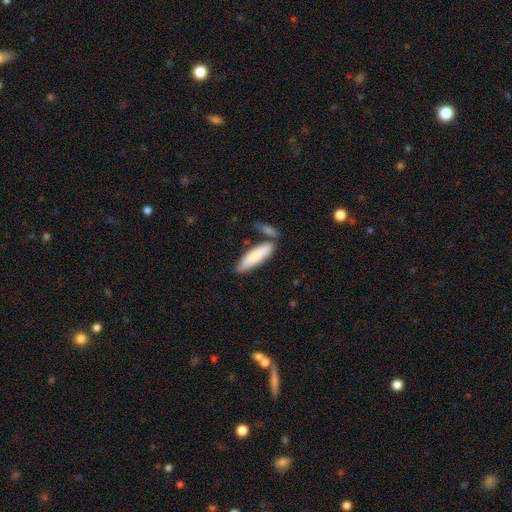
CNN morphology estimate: This appears to be a smooth galaxy with no disk features (82%) that is cigar-shaped (56%). Merging: none (62%).